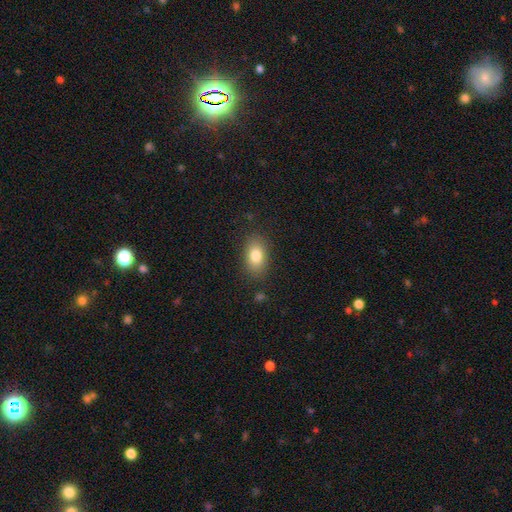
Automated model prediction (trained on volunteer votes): A smooth galaxy with no disk features (82%) that is in between round and cigar-shaped (87%). Merging: none (84%).